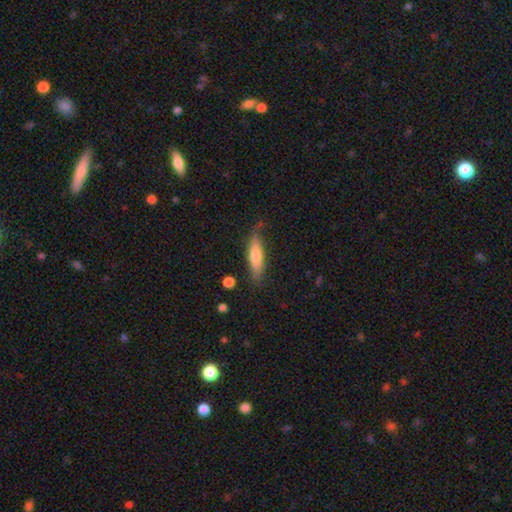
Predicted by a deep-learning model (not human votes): smooth 66%, featured or disk 27%, star or artifact 6%. Down the decision tree: how rounded — cigar-shaped (73%); merging — none (74%).